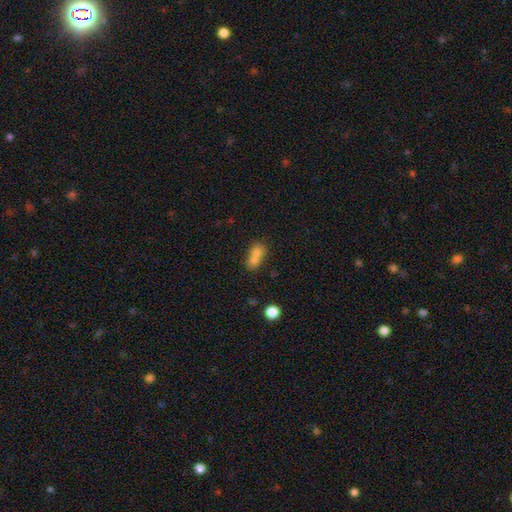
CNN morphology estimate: Q: Smooth or featured?
A: smooth (70%); runner-up: featured or disk (18%)
Q: How rounded?
A: in between (60%); runner-up: round (35%)
Q: Merging?
A: merger (64%); runner-up: none (25%)